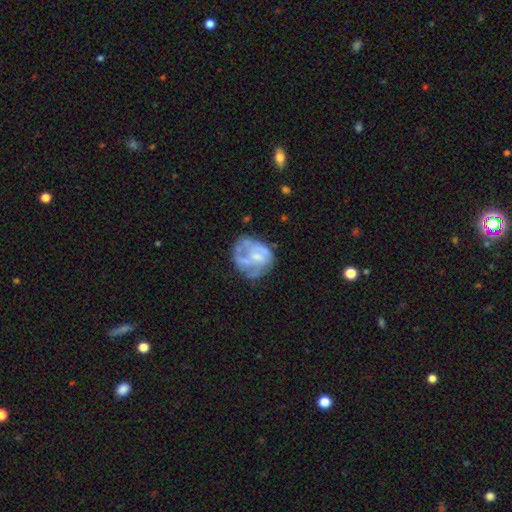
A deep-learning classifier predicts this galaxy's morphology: smooth_or_featured: featured or disk (p=0.60) [alt: smooth p=0.31]
disk_edge_on: no (p=0.98) [alt: yes p=0.02]
bar: no (p=0.69) [alt: weak p=0.25]
has_spiral_arms: no (p=0.66) [alt: yes p=0.34]
bulge_size: none (p=0.35) [alt: small p=0.31]
merging: none (p=0.45) [alt: major disturbance p=0.25]